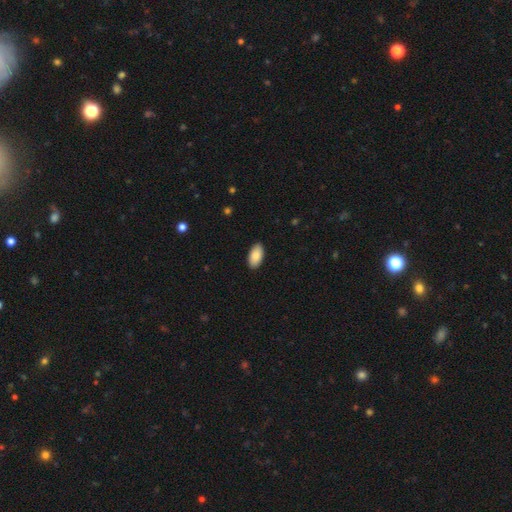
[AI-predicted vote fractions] A smooth galaxy with no disk features (87%) that is in between round and cigar-shaped (95%). Merging: none (90%).